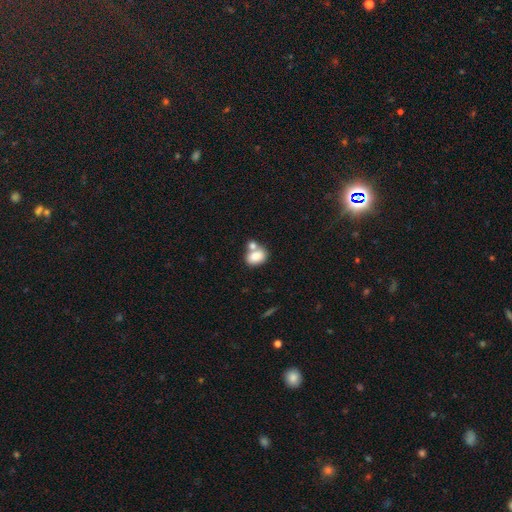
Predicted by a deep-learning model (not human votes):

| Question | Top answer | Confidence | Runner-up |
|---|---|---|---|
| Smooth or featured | smooth | 83% | featured or disk (9%) |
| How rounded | in between | 73% | round (25%) |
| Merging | merger | 44% | none (41%) |